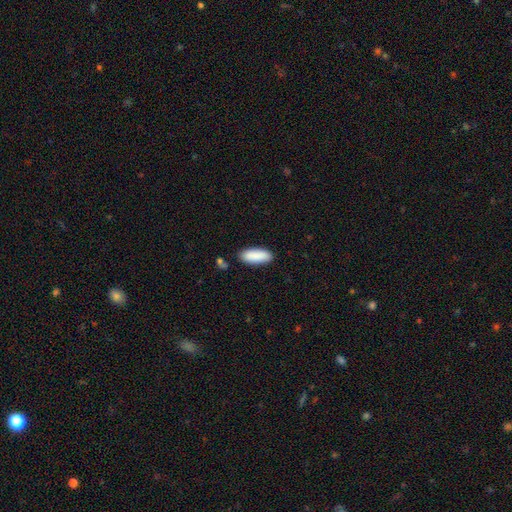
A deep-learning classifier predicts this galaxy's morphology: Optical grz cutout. It shows a smooth galaxy with no disk features (90%) that is in between round and cigar-shaped (75%). Merging: none (85%).